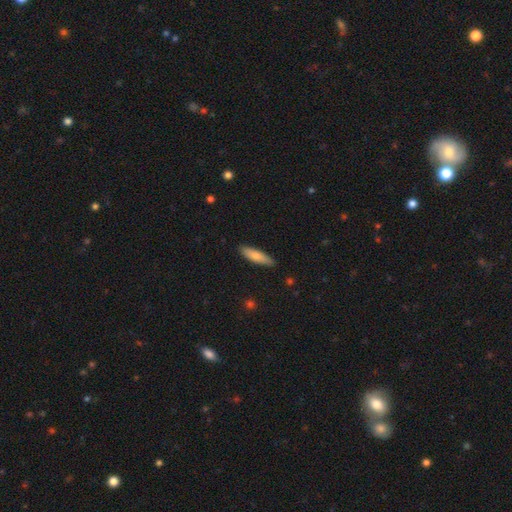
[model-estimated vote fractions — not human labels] Smooth or featured: smooth — 79% (featured or disk — 16%)
How rounded: cigar-shaped — 66% (in between — 32%)
Merging: none — 88% (minor disturbance — 10%)